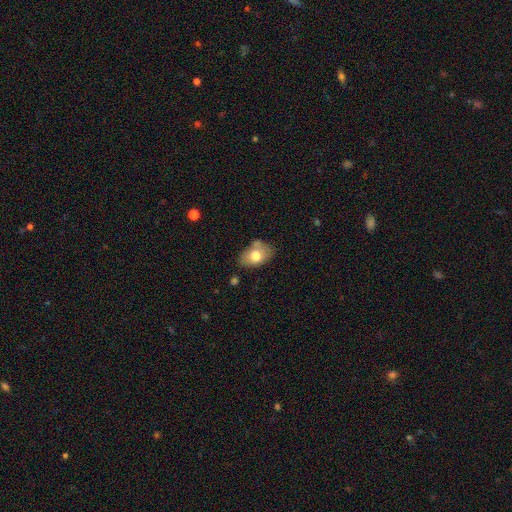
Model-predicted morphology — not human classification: The model was most divided on "merging": none: 60%, minor disturbance: 24%, merger: 10%, major disturbance: 6%. More confident: how rounded — in between (85%); smooth or featured — smooth (72%).